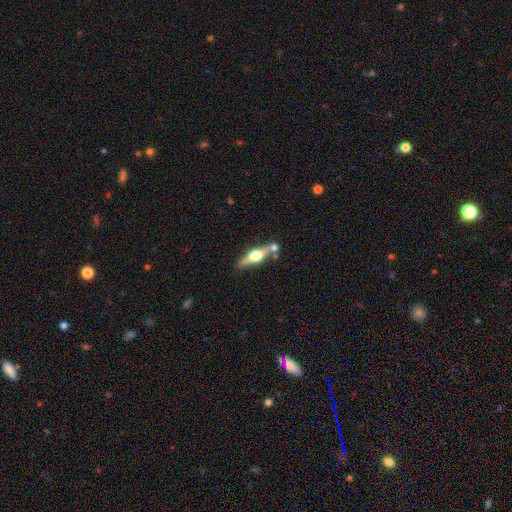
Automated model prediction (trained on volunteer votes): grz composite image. It shows a featured or disk galaxy (71%) viewed edge-on (96%) with a rounded central bulge (96%). Merging: none (73%).